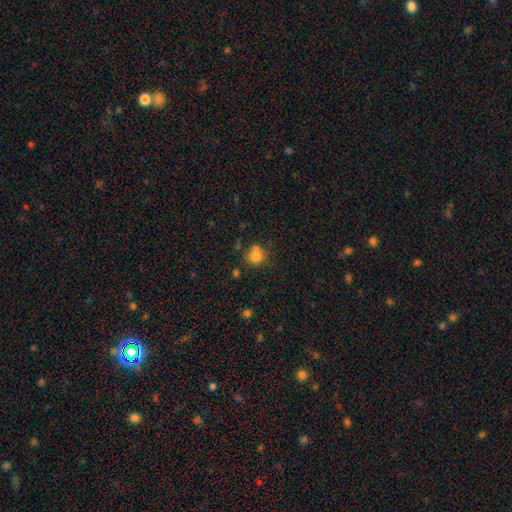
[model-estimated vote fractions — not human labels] A smooth galaxy with no disk features (79%) that is round (79%). Merging: none (55%).